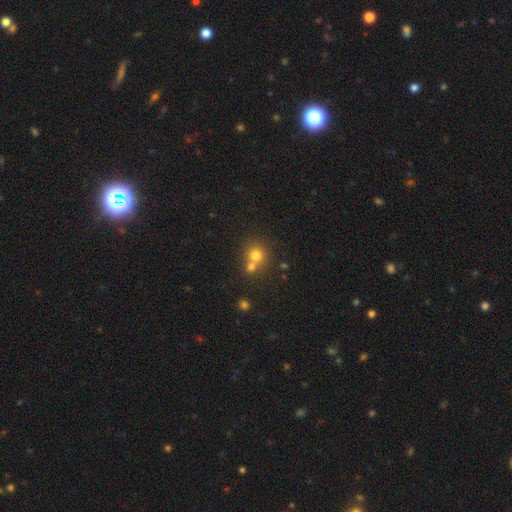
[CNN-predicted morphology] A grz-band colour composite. It shows a smooth galaxy with no disk features (75%) that is round (86%). Merging: merger (47%).